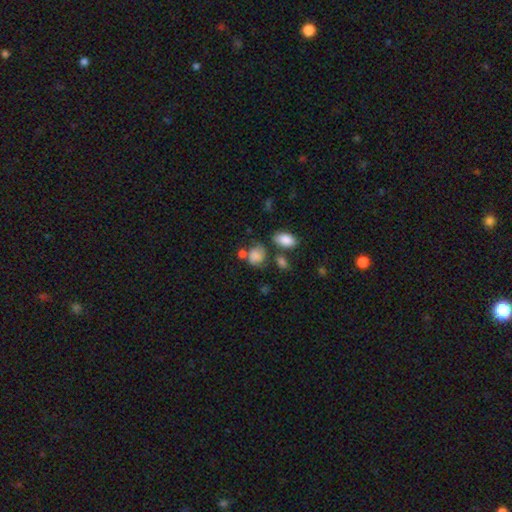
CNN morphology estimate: smooth-or-featured: smooth: 78% | featured or disk: 12% | star or artifact: 10%
  how-rounded: in between: 50% | round: 49% | cigar-shaped: 1%
  merging: none: 42% | merger: 23% | minor disturbance: 23% | major disturbance: 13%